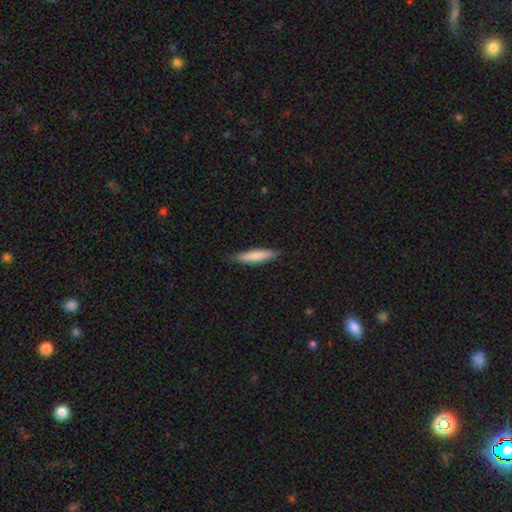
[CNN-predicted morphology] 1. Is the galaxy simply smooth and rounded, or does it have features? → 78% smooth, 16% featured or disk, 5% star or artifact.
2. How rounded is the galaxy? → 85% cigar-shaped, 14% in between, 1% round.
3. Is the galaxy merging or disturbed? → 86% none, 11% minor disturbance, 2% major disturbance, 1% merger.